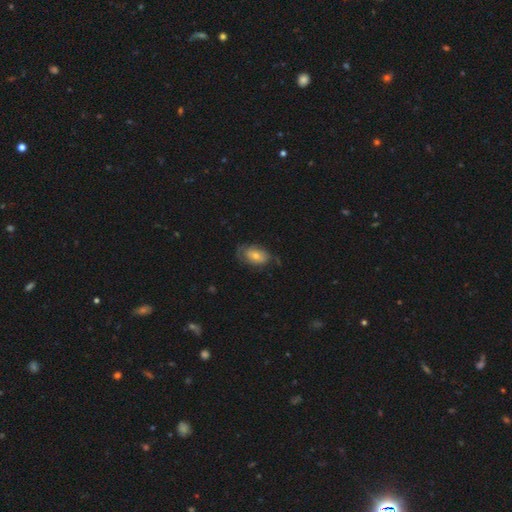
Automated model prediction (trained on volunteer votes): smooth_or_featured: smooth (p=0.53) [alt: featured or disk p=0.40]
how_rounded: in between (p=0.85) [alt: round p=0.13]
merging: none (p=0.54) [alt: minor disturbance p=0.30]